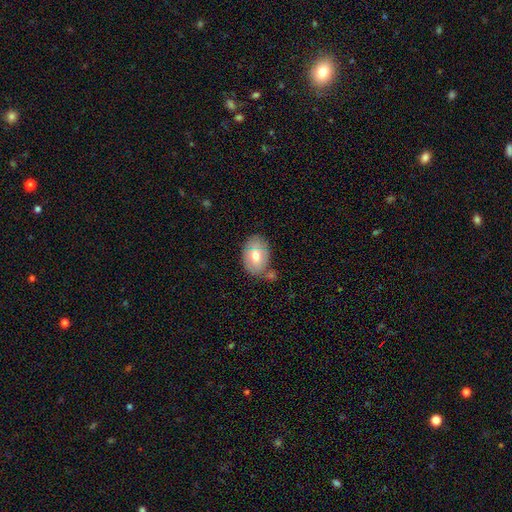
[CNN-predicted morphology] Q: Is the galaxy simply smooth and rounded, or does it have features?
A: smooth — 67%.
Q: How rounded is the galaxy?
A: in between — 81%.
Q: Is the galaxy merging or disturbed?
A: none — 60%.